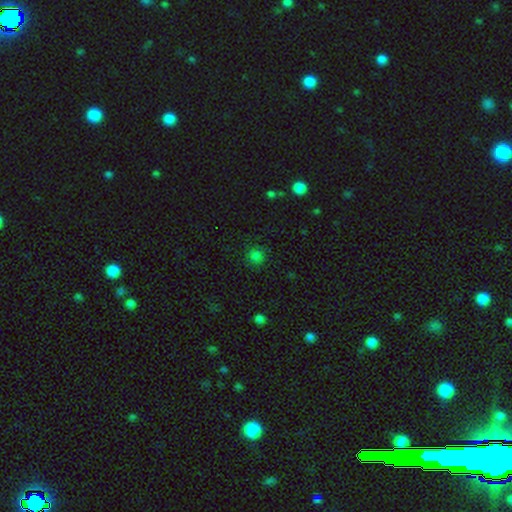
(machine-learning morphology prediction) A smooth galaxy with no disk features (79%) that is round (92%).

Vote fractions:
- Smooth or featured? smooth: 79% / star or artifact: 17% / featured or disk: 4%
- How rounded? round: 92% / in between: 7% / cigar-shaped: 1%
- Merging? none: 86% / minor disturbance: 9% / major disturbance: 3% / merger: 1%